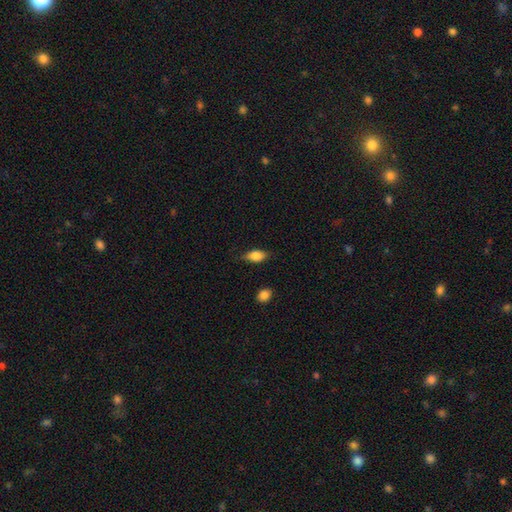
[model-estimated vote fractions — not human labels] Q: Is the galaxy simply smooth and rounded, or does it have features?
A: smooth — 81%.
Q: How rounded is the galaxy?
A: in between — 87%.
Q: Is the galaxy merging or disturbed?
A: none — 78%.